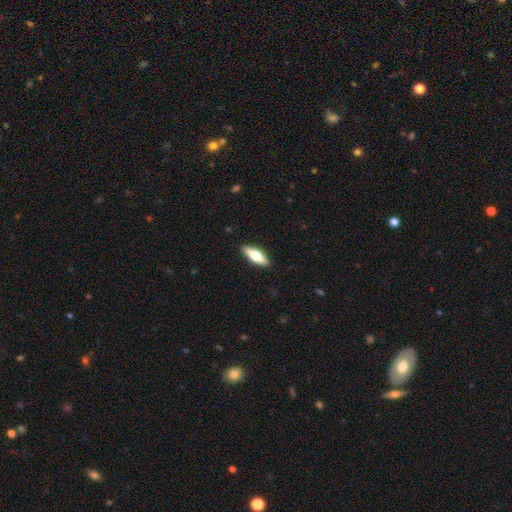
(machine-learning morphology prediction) This is possibly a smooth galaxy (55%). How rounded: possibly in between (51%). Merging: clearly none (89%).